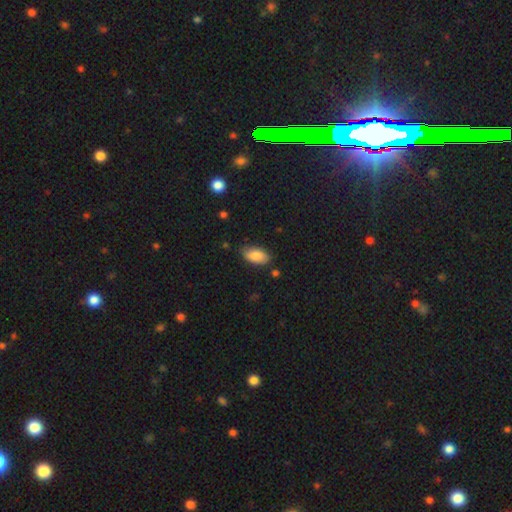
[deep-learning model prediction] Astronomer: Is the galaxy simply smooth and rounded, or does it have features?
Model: smooth — 85%.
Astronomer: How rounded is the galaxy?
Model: in between — 94%.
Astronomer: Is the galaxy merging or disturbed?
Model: none — 80%.